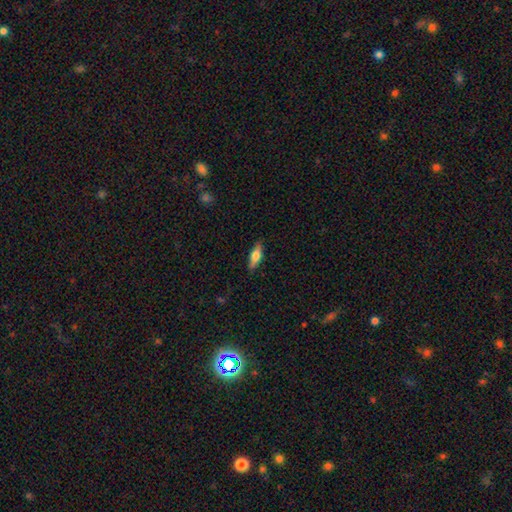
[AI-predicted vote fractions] Smooth or featured? Predicted: smooth (p=0.69). How rounded? Predicted: in between (p=0.57). Merging? Predicted: none (p=0.86).